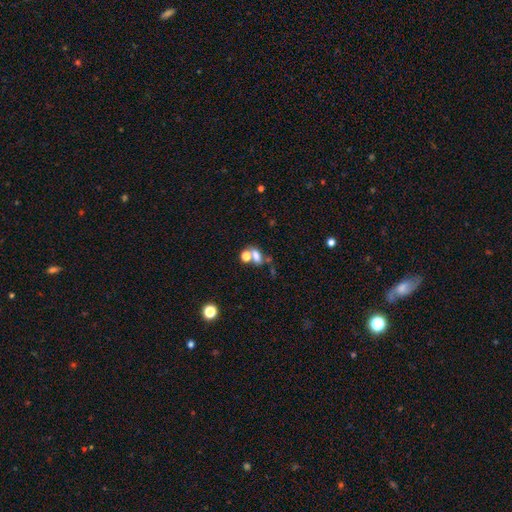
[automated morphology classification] This appears to be a smooth galaxy with no disk features (67%) that is in between round and cigar-shaped (69%). Merging: merger (45%).